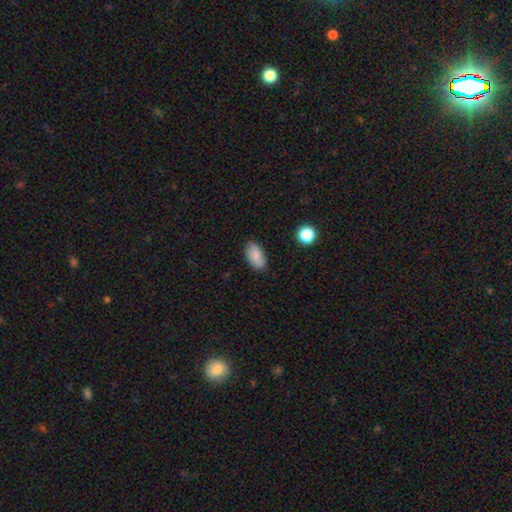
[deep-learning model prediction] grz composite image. It shows a smooth galaxy with no disk features (86%) that is in between round and cigar-shaped (94%). Merging: none (84%).